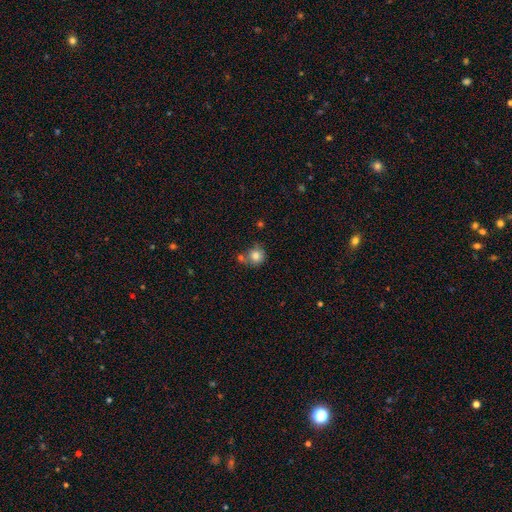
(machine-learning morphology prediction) Smooth or featured? smooth (82%)
How rounded? round (87%)
Merging? none (56%)